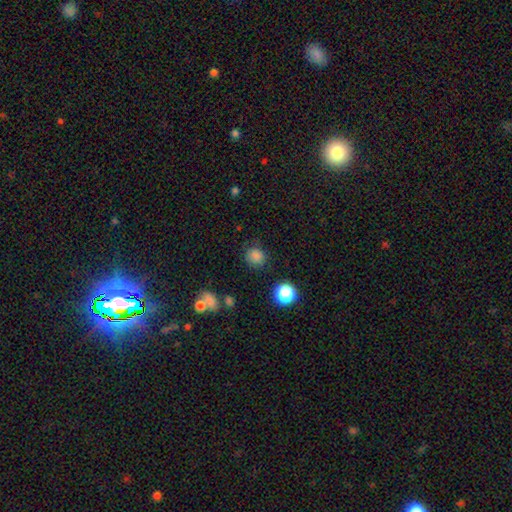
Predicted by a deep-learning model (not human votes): This appears to be a smooth galaxy with no disk features (82%) that is round (85%). Merging: none (81%).